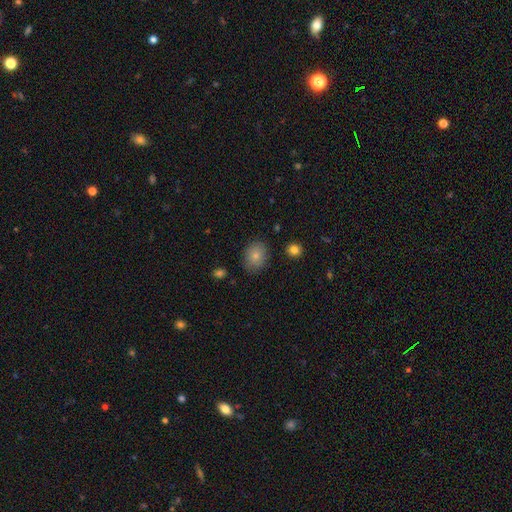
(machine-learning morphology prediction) A smooth galaxy with no disk features (81%) that is round (50%).

Vote fractions:
- Smooth or featured? smooth: 81% / star or artifact: 9% / featured or disk: 9%
- How rounded? round: 50% / in between: 49% / cigar-shaped: 1%
- Merging? none: 83% / minor disturbance: 12% / major disturbance: 3% / merger: 2%